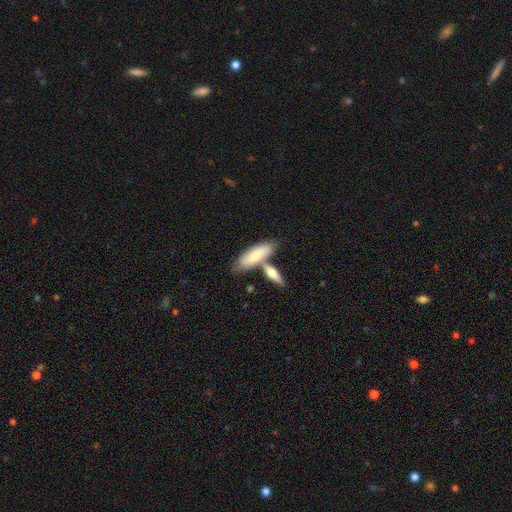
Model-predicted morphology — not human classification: Smooth or featured? Predicted: smooth (p=0.64). How rounded? Predicted: in between (p=0.56). Merging? Predicted: none (p=0.46).